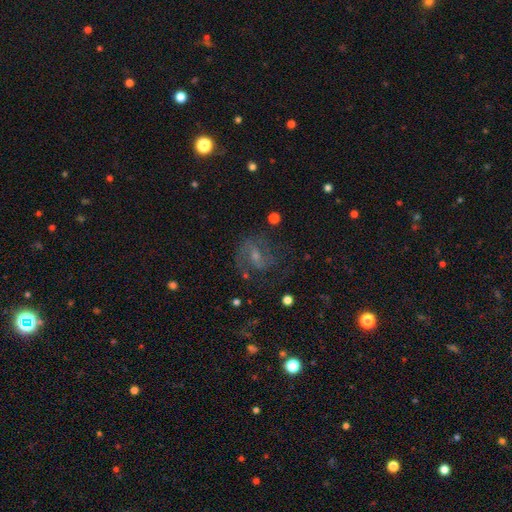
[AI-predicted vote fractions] This is likely a featured or disk galaxy (69%). It is clearly not viewed edge-on (97%). Bar: possibly weak (52%). Spiral arm pattern: clearly yes (89%). Spiral arm count: likely 2 (72%). Spiral winding: possibly medium (52%). Central bulge: possibly small (52%). Merging: likely none (64%).